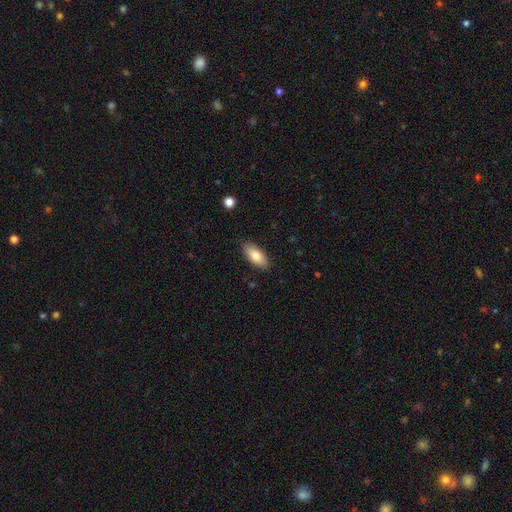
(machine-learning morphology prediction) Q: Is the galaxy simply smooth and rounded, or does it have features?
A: smooth — 79%.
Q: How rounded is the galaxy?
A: in between — 86%.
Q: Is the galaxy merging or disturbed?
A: none — 86%.